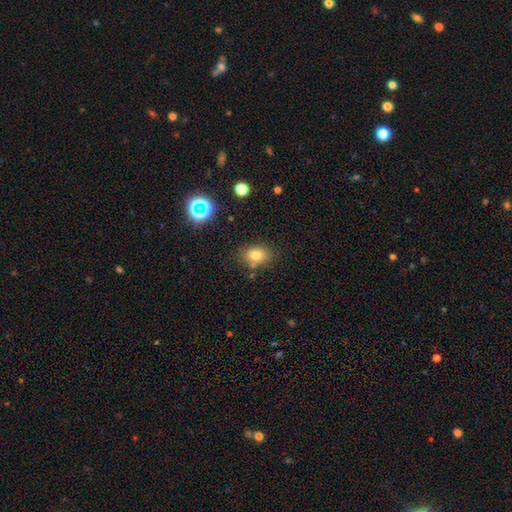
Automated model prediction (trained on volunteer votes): smooth_or_featured: smooth (p=0.77) [alt: star or artifact p=0.13]
how_rounded: in between (p=0.70) [alt: round p=0.29]
merging: none (p=0.76) [alt: minor disturbance p=0.14]